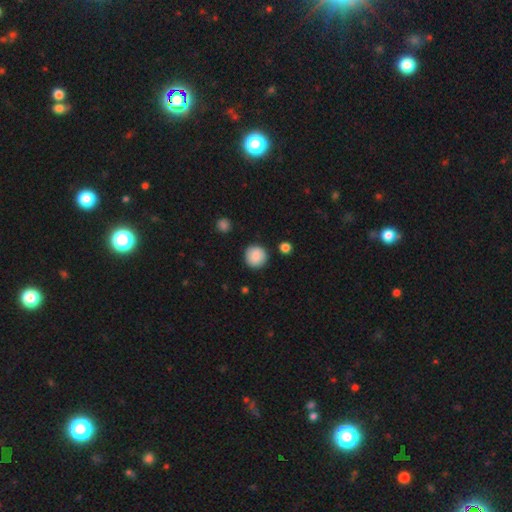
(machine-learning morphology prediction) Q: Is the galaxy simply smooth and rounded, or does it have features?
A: smooth — 87%.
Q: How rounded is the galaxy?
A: round — 94%.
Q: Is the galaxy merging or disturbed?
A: none — 89%.